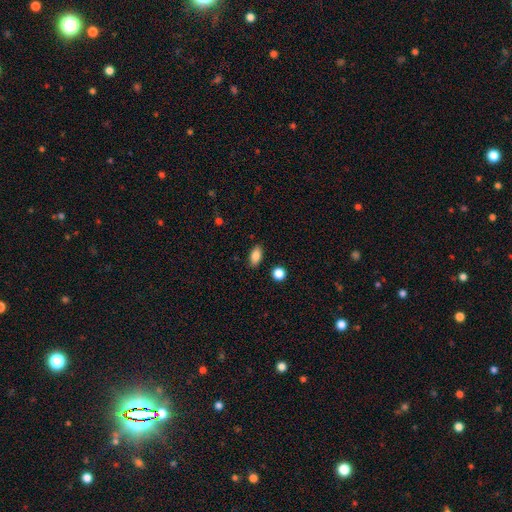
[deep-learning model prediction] Smooth or featured?
  - smooth: 86% *
  - star or artifact: 8%
  - featured or disk: 6%
How rounded?
  - in between: 88% *
  - round: 6%
  - cigar-shaped: 6%
Merging?
  - none: 86% *
  - minor disturbance: 10%
  - major disturbance: 2%
  - merger: 2%